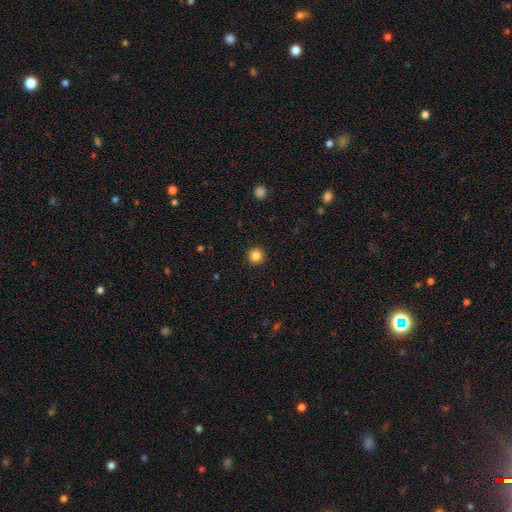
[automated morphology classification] smooth_or_featured: smooth (p=0.84) [alt: star or artifact p=0.11]
how_rounded: round (p=0.95) [alt: in between p=0.04]
merging: none (p=0.93) [alt: minor disturbance p=0.04]